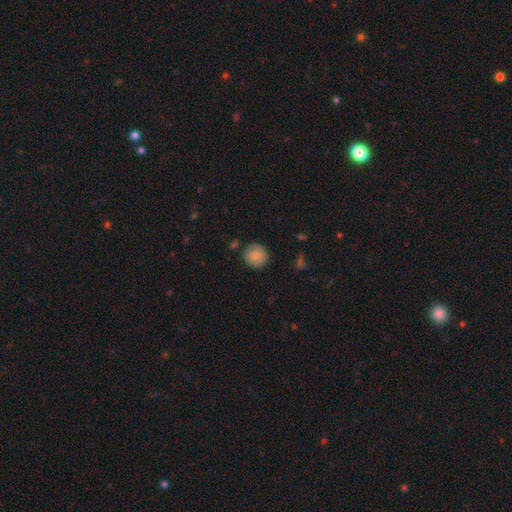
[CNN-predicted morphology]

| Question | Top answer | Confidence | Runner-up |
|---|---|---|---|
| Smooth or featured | smooth | 84% | featured or disk (8%) |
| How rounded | round | 91% | in between (8%) |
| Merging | none | 85% | minor disturbance (10%) |